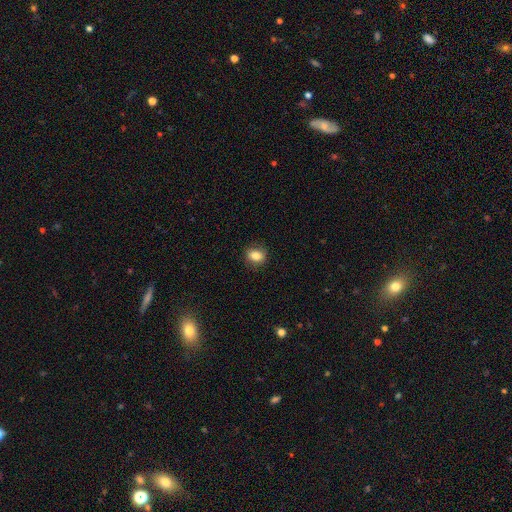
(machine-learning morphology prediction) This appears to be a smooth galaxy with no disk features (81%) that is round (51%). Merging: none (84%).